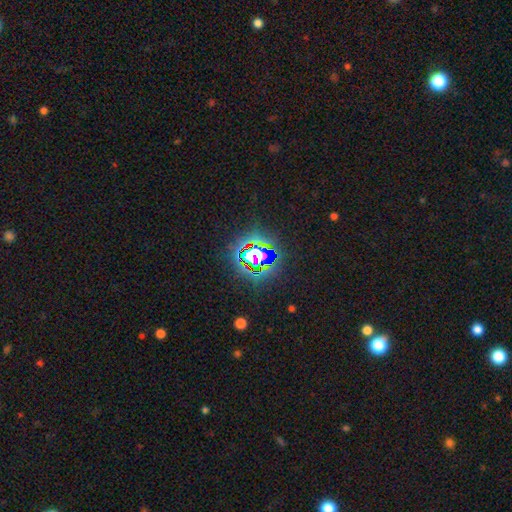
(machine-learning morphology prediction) smooth-or-featured: star or artifact: 74% | smooth: 14% | featured or disk: 12%